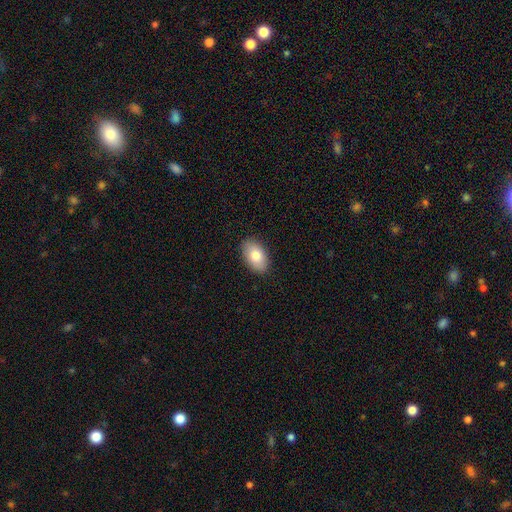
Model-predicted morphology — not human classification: This appears to be a smooth galaxy with no disk features (80%) that is in between round and cigar-shaped (93%). Merging: none (88%).